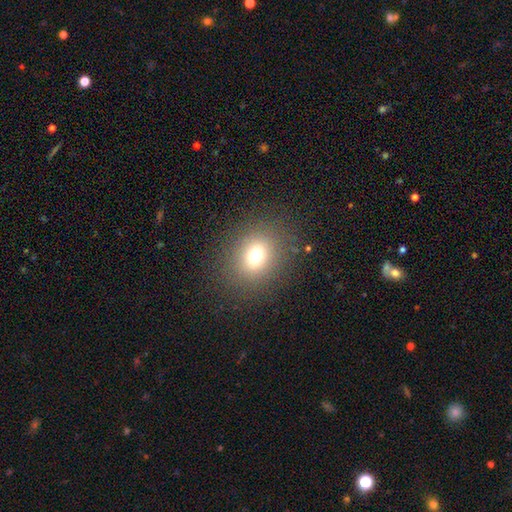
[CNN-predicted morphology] smooth-or-featured: smooth: 71% | star or artifact: 18% | featured or disk: 11%
  how-rounded: round: 62% | in between: 37% | cigar-shaped: 1%
  merging: none: 85% | minor disturbance: 8% | major disturbance: 5% | merger: 1%